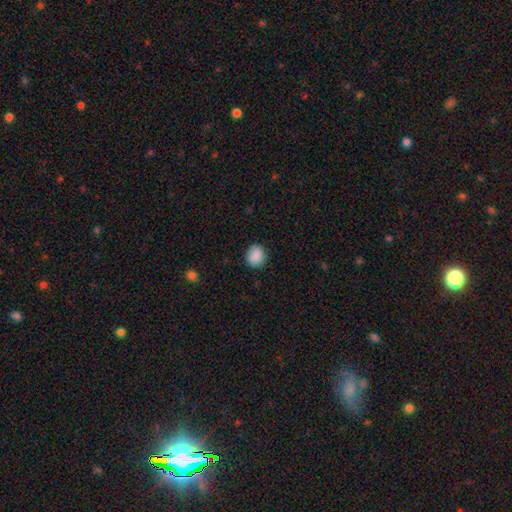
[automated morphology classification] smooth-or-featured: smooth: 89% | star or artifact: 8% | featured or disk: 3%
  how-rounded: round: 75% | in between: 24% | cigar-shaped: 1%
  merging: none: 87% | minor disturbance: 9% | major disturbance: 2% | merger: 1%